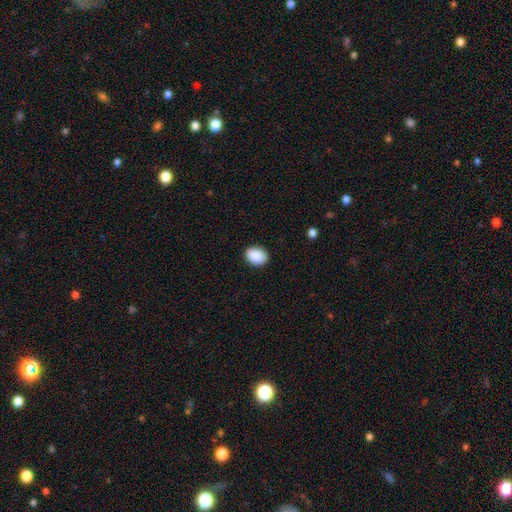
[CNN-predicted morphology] This is clearly a smooth galaxy (91%). How rounded: likely in between (72%). Merging: clearly none (89%).